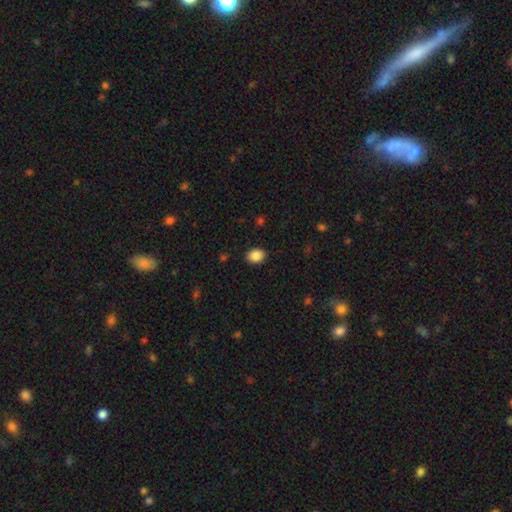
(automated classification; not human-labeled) The model was most divided on "how rounded": in between: 70%, round: 29%, cigar-shaped: 1%. More confident: merging — none (89%); smooth or featured — smooth (88%).